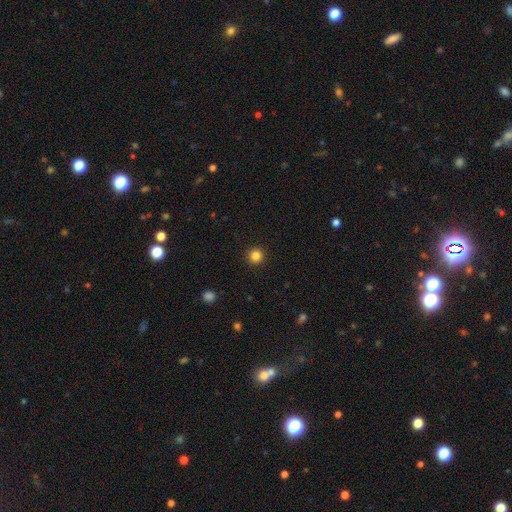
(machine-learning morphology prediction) Smooth or featured? Predicted: smooth (p=0.85). How rounded? Predicted: round (p=0.95). Merging? Predicted: none (p=0.93).